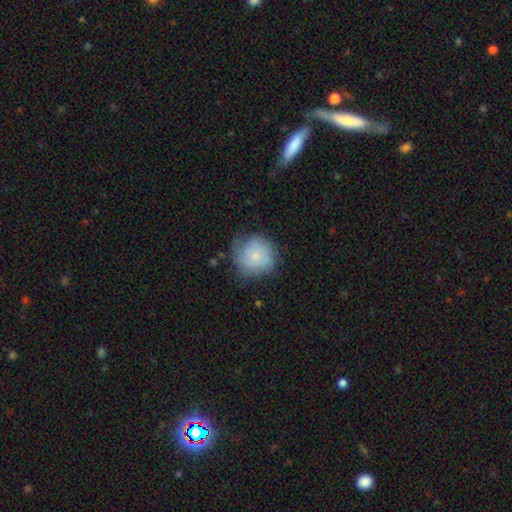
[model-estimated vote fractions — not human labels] Smooth or featured: smooth — 71% (featured or disk — 21%)
How rounded: round — 91% (in between — 8%)
Merging: none — 58% (minor disturbance — 29%)